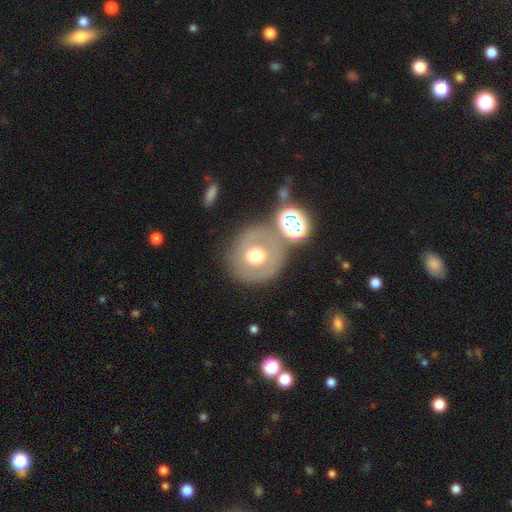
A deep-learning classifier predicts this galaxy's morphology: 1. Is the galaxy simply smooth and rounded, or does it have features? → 48% smooth, 40% featured or disk, 13% star or artifact.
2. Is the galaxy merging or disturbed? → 72% none, 11% minor disturbance, 10% merger, 6% major disturbance.